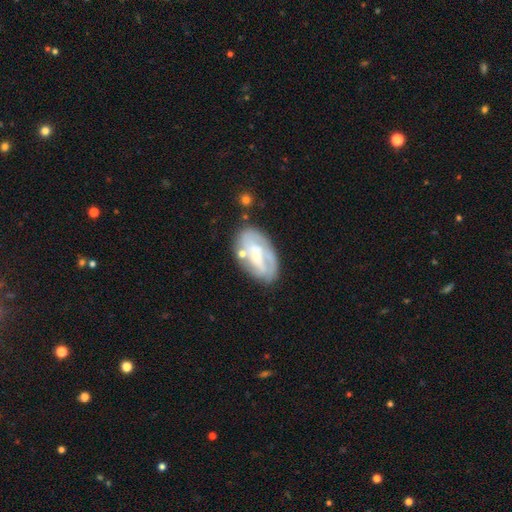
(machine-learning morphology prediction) featured or disk 73%, smooth 21%, star or artifact 6%. Down the decision tree: edge-on disk — no (95%); bar — no (51%); spiral arms — yes (76%); spiral arm count — 2 (40%); spiral winding — tight (54%); bulge size — small (66%); merging — none (64%).